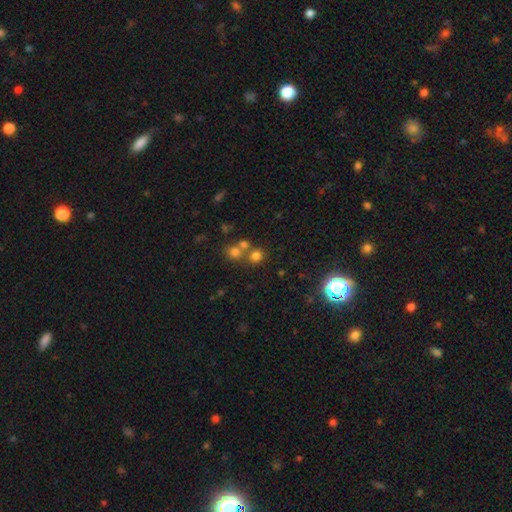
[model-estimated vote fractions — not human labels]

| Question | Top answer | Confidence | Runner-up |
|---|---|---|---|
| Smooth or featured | smooth | 70% | star or artifact (21%) |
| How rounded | round | 85% | in between (14%) |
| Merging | none | 59% | merger (31%) |